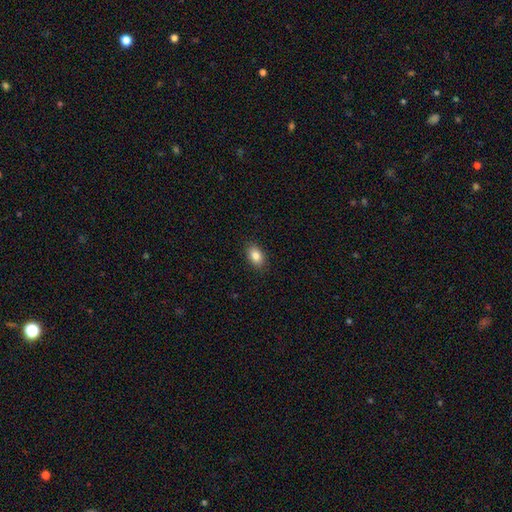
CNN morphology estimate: Smooth or featured? Predicted: smooth (p=0.84). How rounded? Predicted: in between (p=0.87). Merging? Predicted: none (p=0.89).